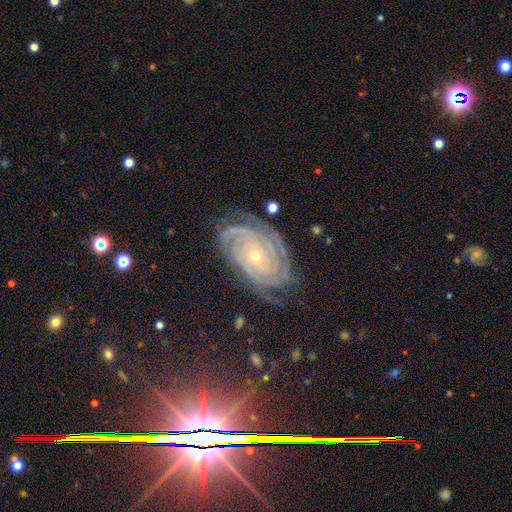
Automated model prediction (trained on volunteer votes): This appears to be a featured or disk galaxy (87%) with no bar (77%), 4 (25%) tight (81%) spiral arms (98%) and a small central bulge (78%). Merging: none (75%).